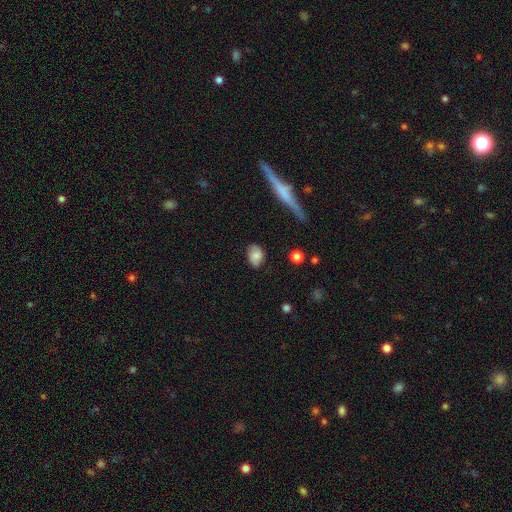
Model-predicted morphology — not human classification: Smooth or featured: smooth — 79% (featured or disk — 12%)
How rounded: in between — 75% (round — 23%)
Merging: none — 74% (minor disturbance — 20%)